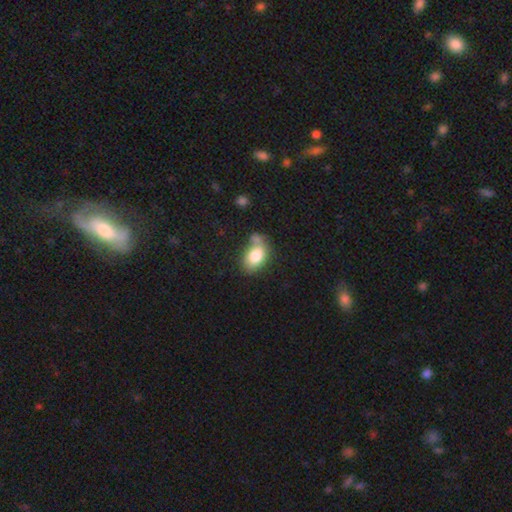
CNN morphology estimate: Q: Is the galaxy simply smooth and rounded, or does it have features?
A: smooth — 79%.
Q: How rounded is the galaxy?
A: in between — 84%.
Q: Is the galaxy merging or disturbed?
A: none — 45%.